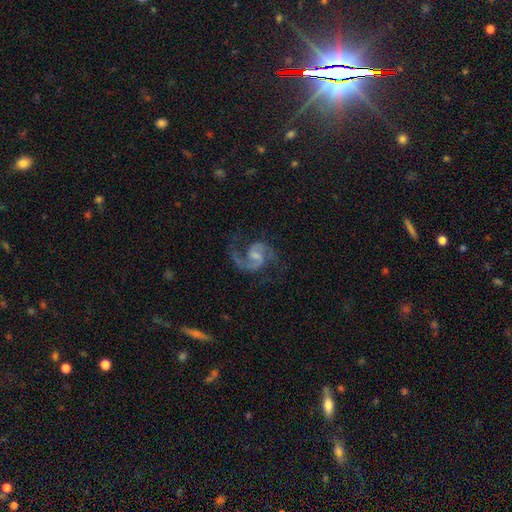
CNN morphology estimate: smooth-or-featured: featured or disk: 92% | star or artifact: 5% | smooth: 4%
  disk-edge-on: no: 98% | yes: 2%
    bar: weak: 56% | no: 30% | strong: 14%
    has-spiral-arms: yes: 98% | no: 2%
      spiral-winding: medium: 61% | loose: 27% | tight: 12%
      spiral-arm-count: 2: 91% | 1: 4% | can't tell: 2% | 3: 1% | 4: 1% | more than 4: 1%
    bulge-size: small: 43% | moderate: 30% | none: 23% | large: 3% | dominant: 1%
  merging: none: 72% | minor disturbance: 15% | major disturbance: 11% | merger: 2%